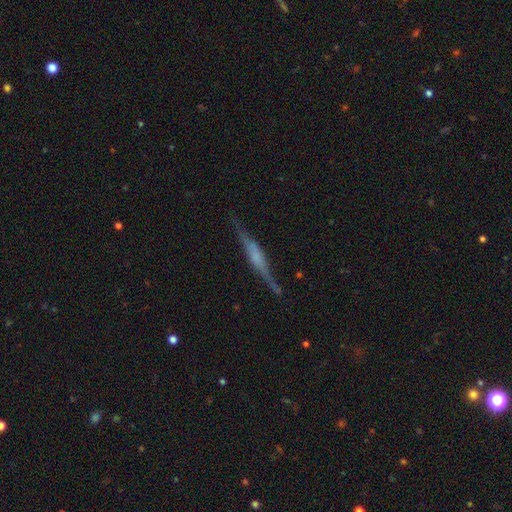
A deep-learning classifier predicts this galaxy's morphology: This appears to be a featured or disk galaxy (75%) viewed edge-on (96%) with a boxy central bulge (44%). Merging: none (80%).